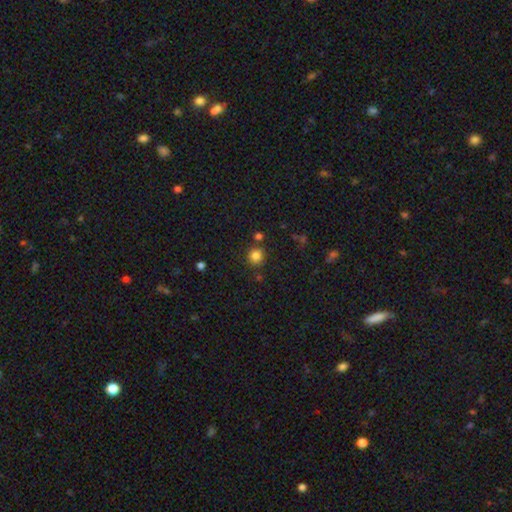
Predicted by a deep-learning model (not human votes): Overall: smooth (83%). How rounded: round (91%). Merging: none (82%).